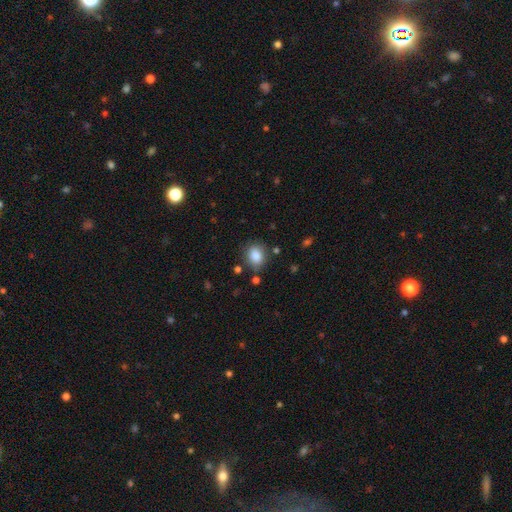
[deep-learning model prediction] A smooth galaxy with no disk features (86%) that is in between round and cigar-shaped (54%).

Vote fractions:
- Smooth or featured? smooth: 86% / star or artifact: 9% / featured or disk: 5%
- How rounded? in between: 54% / round: 45% / cigar-shaped: 1%
- Merging? none: 78% / minor disturbance: 14% / major disturbance: 4% / merger: 4%